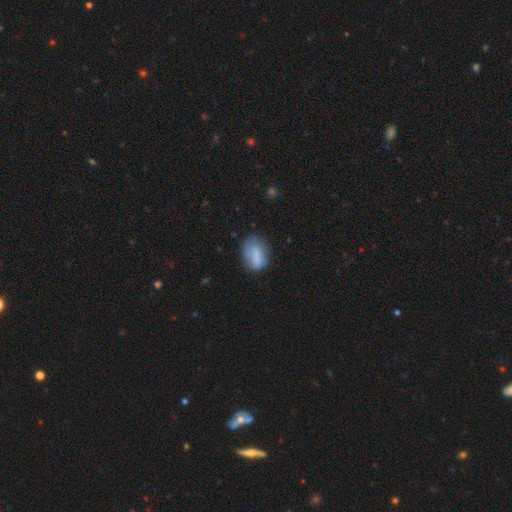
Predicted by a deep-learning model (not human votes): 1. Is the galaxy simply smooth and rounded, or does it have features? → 72% smooth, 19% featured or disk, 8% star or artifact.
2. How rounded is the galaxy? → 78% in between, 18% round, 3% cigar-shaped.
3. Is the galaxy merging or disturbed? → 53% none, 30% minor disturbance, 13% major disturbance, 4% merger.